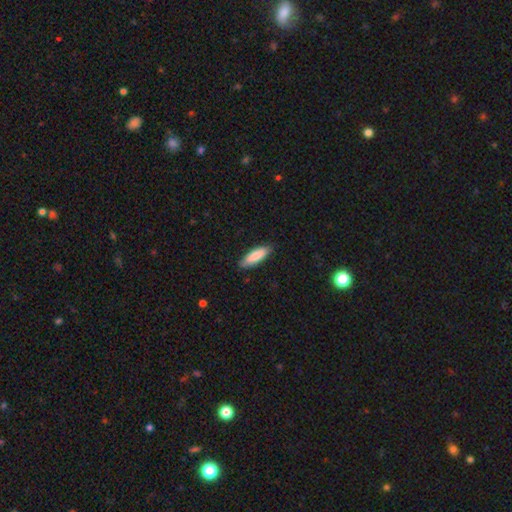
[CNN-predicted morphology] A smooth galaxy with no disk features (84%) that is cigar-shaped (52%). Merging: none (85%).